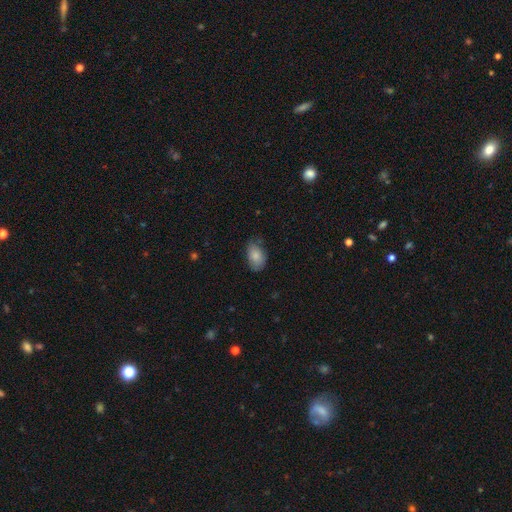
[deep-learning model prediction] A smooth galaxy with no disk features (80%) that is in between round and cigar-shaped (89%).

Vote fractions:
- Smooth or featured? smooth: 80% / featured or disk: 13% / star or artifact: 7%
- How rounded? in between: 89% / round: 10% / cigar-shaped: 1%
- Merging? none: 67% / minor disturbance: 26% / major disturbance: 5% / merger: 1%